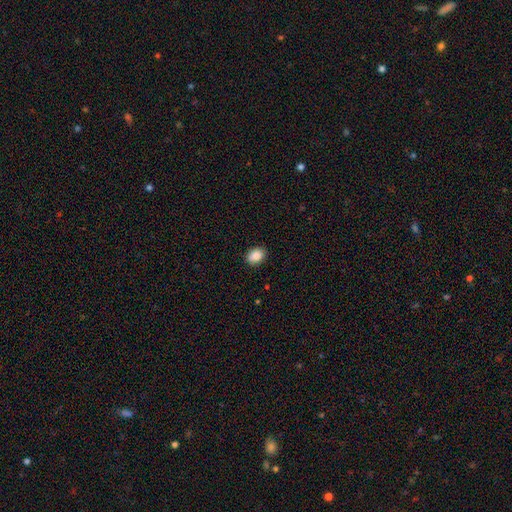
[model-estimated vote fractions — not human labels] smooth-or-featured: smooth: 88% | star or artifact: 8% | featured or disk: 4%
  how-rounded: in between: 67% | round: 32% | cigar-shaped: 1%
  merging: none: 89% | minor disturbance: 9% | major disturbance: 2% | merger: 1%